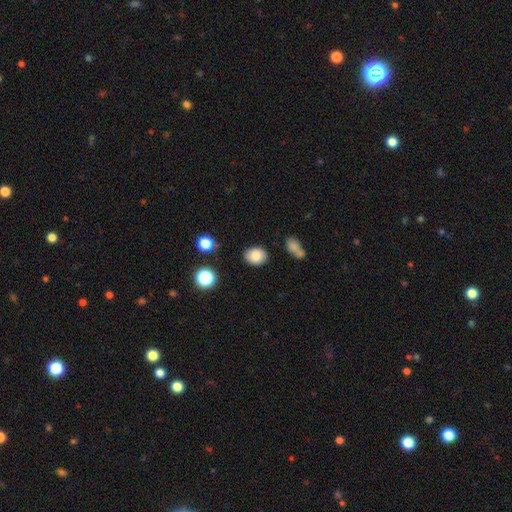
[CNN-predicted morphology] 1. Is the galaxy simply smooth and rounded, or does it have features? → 83% smooth, 10% star or artifact, 7% featured or disk.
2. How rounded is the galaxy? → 56% in between, 43% round, 1% cigar-shaped.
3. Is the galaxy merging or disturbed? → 84% none, 11% minor disturbance, 3% major disturbance, 3% merger.